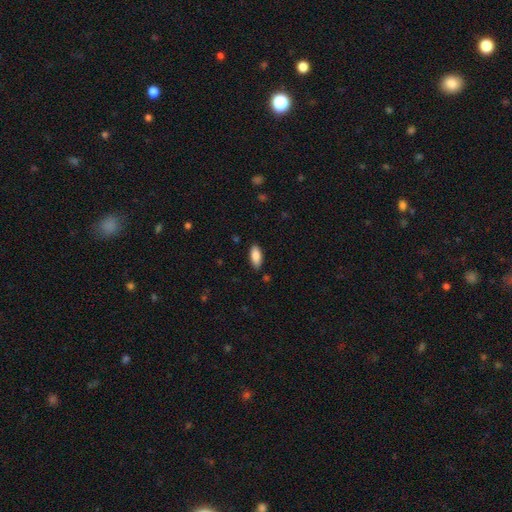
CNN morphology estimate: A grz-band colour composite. It shows a smooth galaxy with no disk features (88%) that is in between round and cigar-shaped (85%). Merging: none (85%).